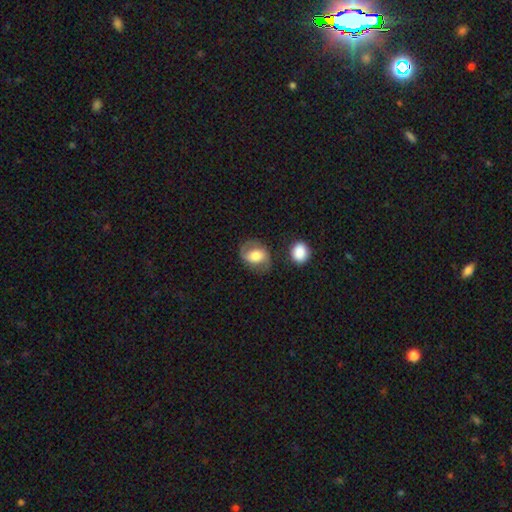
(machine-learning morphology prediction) This appears to be a smooth galaxy with no disk features (51%) that is in between round and cigar-shaped (62%). Merging: none (66%).